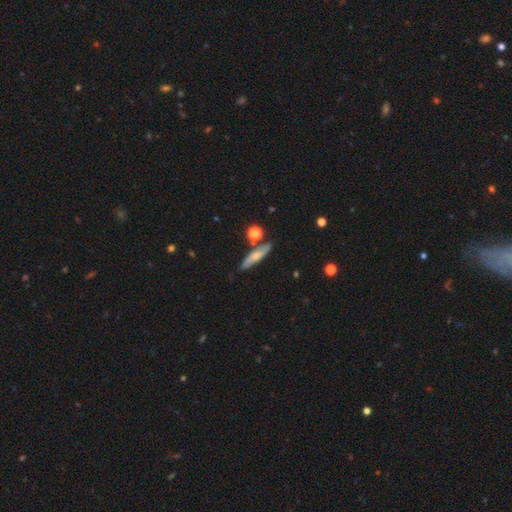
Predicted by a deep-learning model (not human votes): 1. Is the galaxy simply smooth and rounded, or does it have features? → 58% smooth, 34% featured or disk, 8% star or artifact.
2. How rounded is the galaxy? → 73% cigar-shaped, 23% in between, 4% round.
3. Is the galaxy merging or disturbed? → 73% none, 15% minor disturbance, 8% merger, 4% major disturbance.